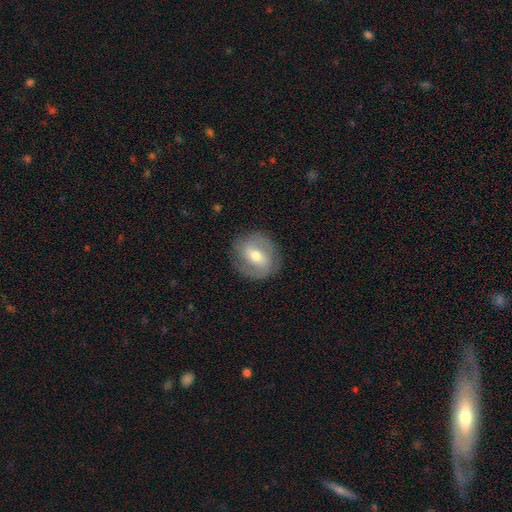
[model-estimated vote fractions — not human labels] A featured or disk galaxy (55%) with a weak bar (42%), spiral arms (58%) and a moderate central bulge (68%).

Vote fractions:
- Smooth or featured? featured or disk: 55% / smooth: 38% / star or artifact: 7%
- Edge-on disk? no: 94% / yes: 6%
- Bar? weak: 42% / strong: 31% / no: 27%
- Spiral arms? yes: 58% / no: 42%
- Bulge size? moderate: 68% / small: 26% / large: 5% / dominant: 1% / none: 1%
- Merging? none: 82% / minor disturbance: 12% / major disturbance: 5% / merger: 1%